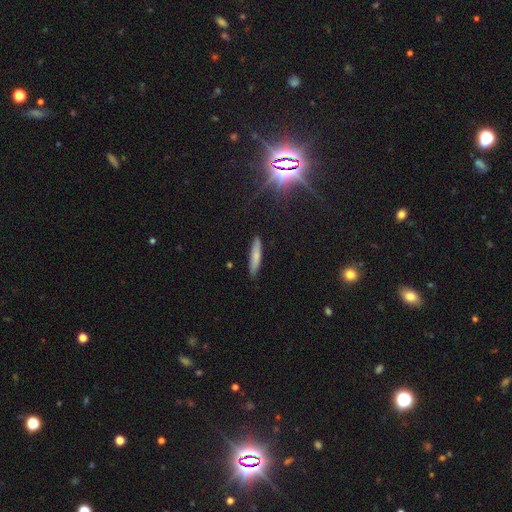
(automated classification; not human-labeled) smooth 72%, featured or disk 20%, star or artifact 8%. Down the decision tree: how rounded — cigar-shaped (89%); merging — none (87%).